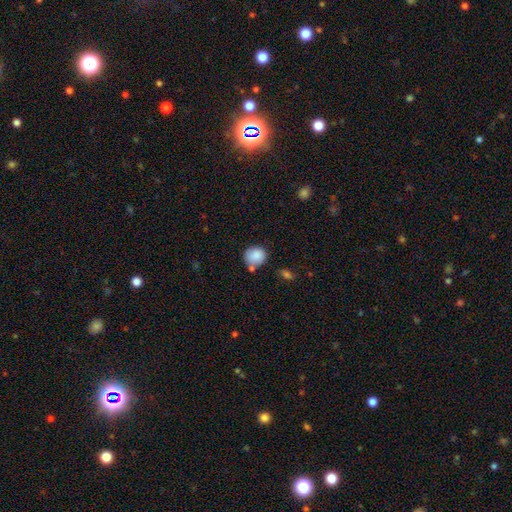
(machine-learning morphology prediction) Smooth or featured?
  - smooth: 86% *
  - star or artifact: 8%
  - featured or disk: 6%
How rounded?
  - round: 79% *
  - in between: 20%
  - cigar-shaped: 1%
Merging?
  - none: 66% *
  - minor disturbance: 18%
  - merger: 12%
  - major disturbance: 5%